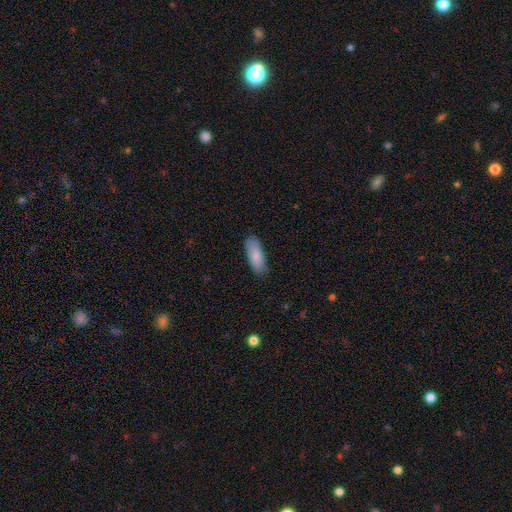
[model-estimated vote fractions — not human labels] Smooth or featured? Predicted: smooth (p=0.85). How rounded? Predicted: in between (p=0.76). Merging? Predicted: none (p=0.83).